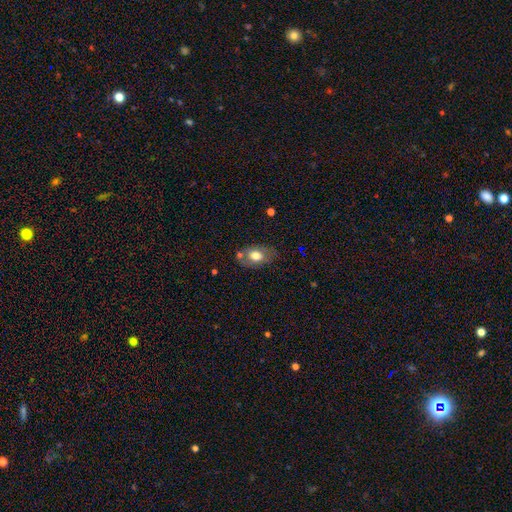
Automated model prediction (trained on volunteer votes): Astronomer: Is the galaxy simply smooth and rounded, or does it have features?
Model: smooth — 70%.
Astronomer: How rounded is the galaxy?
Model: in between — 84%.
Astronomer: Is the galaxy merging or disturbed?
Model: none — 68%.